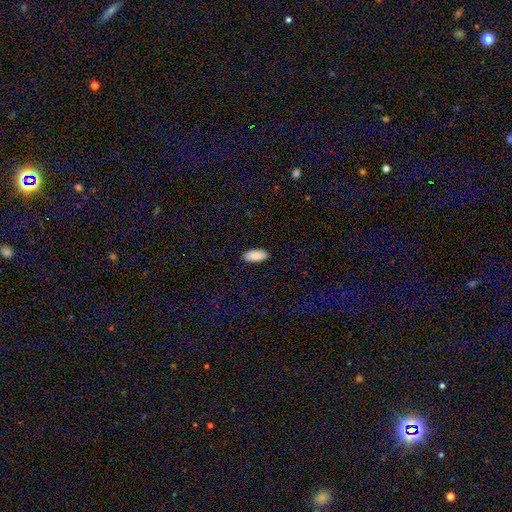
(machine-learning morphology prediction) A smooth galaxy with no disk features (89%) that is in between round and cigar-shaped (87%).

Vote fractions:
- Smooth or featured? smooth: 89% / star or artifact: 6% / featured or disk: 5%
- How rounded? in between: 87% / cigar-shaped: 11% / round: 2%
- Merging? none: 90% / minor disturbance: 7% / major disturbance: 2% / merger: 1%